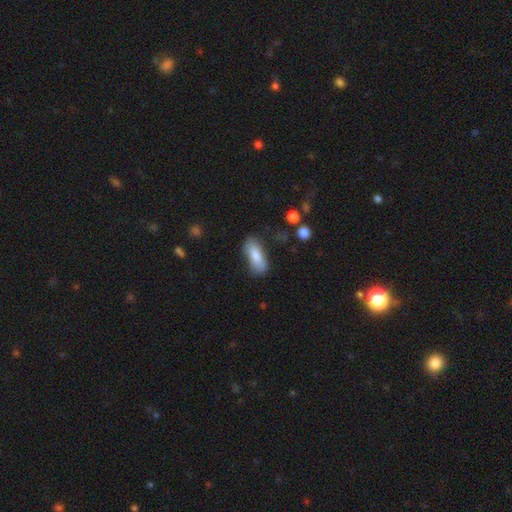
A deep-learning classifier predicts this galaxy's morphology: A smooth galaxy with no disk features (80%) that is in between round and cigar-shaped (74%). Merging: none (71%).